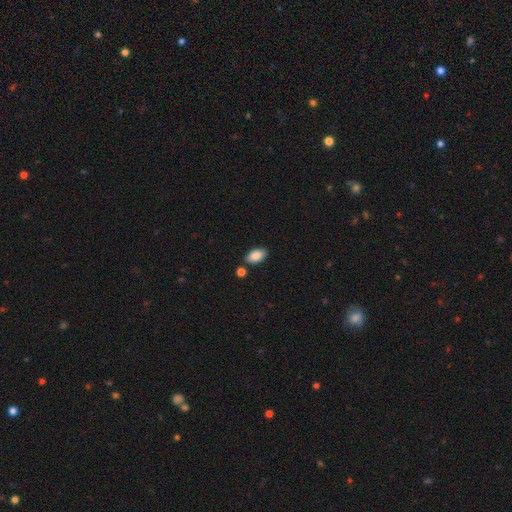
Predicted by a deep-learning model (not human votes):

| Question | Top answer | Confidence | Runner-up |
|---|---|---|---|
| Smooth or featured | smooth | 87% | star or artifact (7%) |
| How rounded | in between | 93% | round (4%) |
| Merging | none | 81% | minor disturbance (10%) |